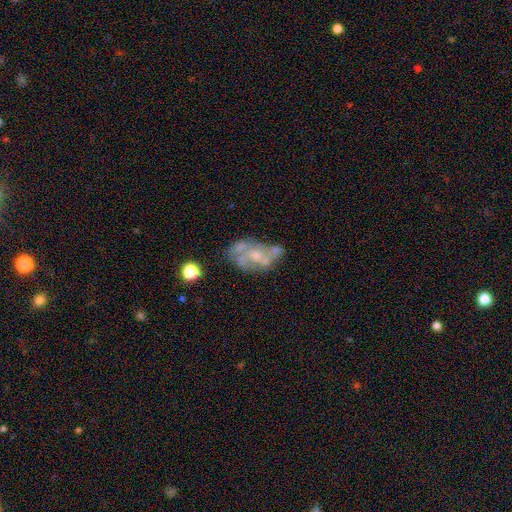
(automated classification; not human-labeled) Morphology: type=featured or disk (69%); edge-on=no (96%); bar=no (79%); spiral arms=no (58%); bulge=moderate (40%, tied with small); merging=none (43%).